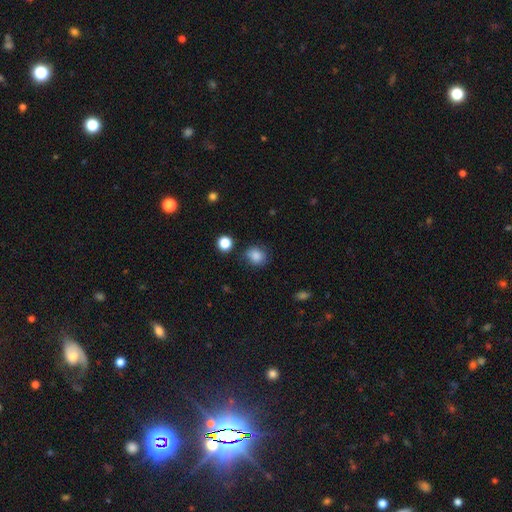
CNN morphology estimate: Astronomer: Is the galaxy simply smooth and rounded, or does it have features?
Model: smooth — 84%.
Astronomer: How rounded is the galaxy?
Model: round — 71%.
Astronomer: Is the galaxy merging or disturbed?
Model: none — 73%.